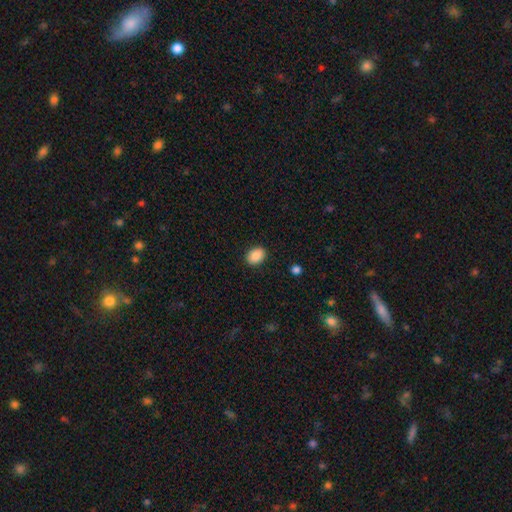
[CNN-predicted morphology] This is clearly a smooth galaxy (88%). How rounded: likely in between (64%). Merging: clearly none (90%).